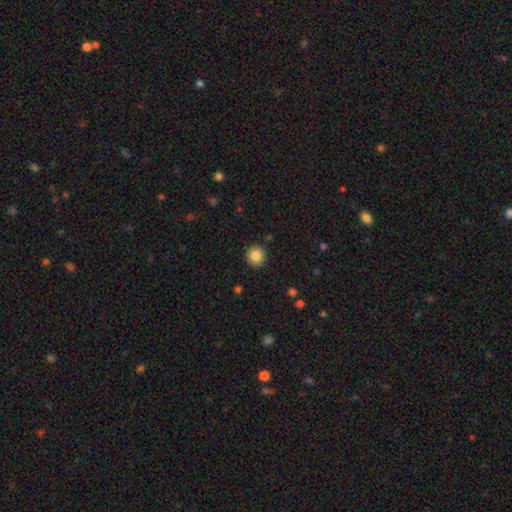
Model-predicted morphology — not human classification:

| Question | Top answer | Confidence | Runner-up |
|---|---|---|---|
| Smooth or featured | smooth | 84% | star or artifact (9%) |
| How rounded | round | 93% | in between (6%) |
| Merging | none | 92% | minor disturbance (5%) |